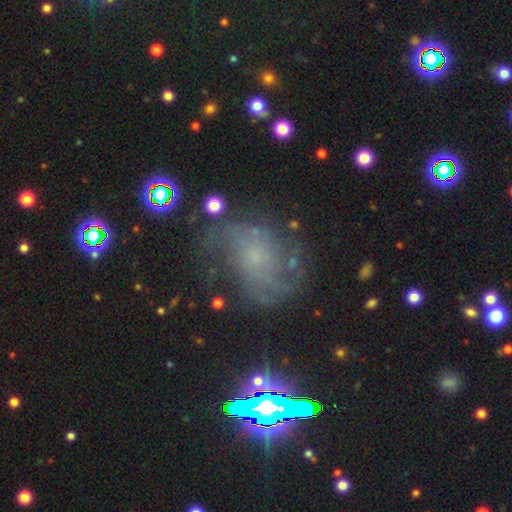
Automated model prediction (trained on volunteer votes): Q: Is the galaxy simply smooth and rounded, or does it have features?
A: featured or disk — 58%.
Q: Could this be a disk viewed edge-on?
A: no — 96%.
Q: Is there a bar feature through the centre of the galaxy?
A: no — 75%.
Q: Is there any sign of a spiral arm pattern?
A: yes — 84%.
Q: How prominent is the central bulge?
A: small — 50%.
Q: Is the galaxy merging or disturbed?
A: none — 58%.